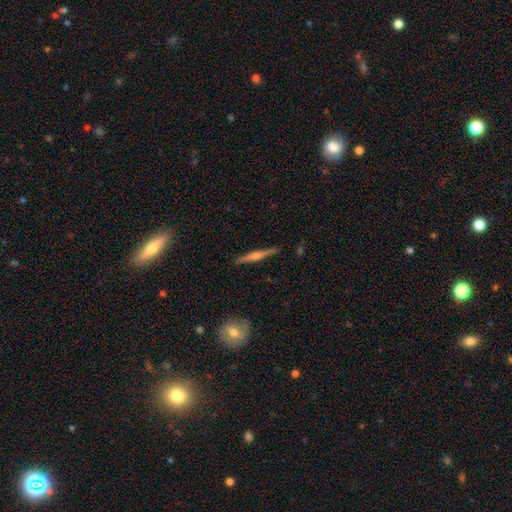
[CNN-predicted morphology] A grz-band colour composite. It shows a featured or disk galaxy (76%) viewed edge-on (98%) with a rounded central bulge (85%). Merging: none (90%).